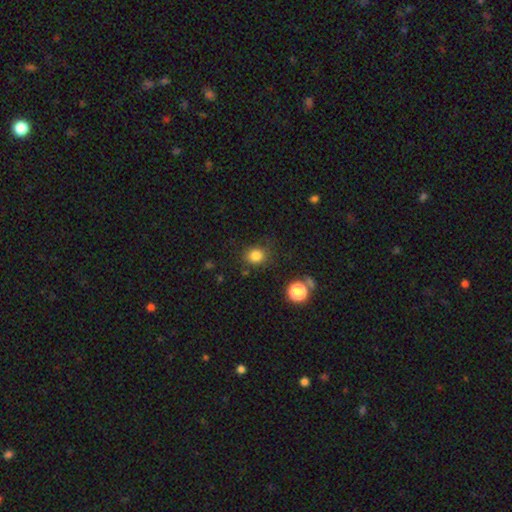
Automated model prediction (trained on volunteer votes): Smooth or featured? Predicted: smooth (p=0.82). How rounded? Predicted: round (p=0.76). Merging? Predicted: none (p=0.82).